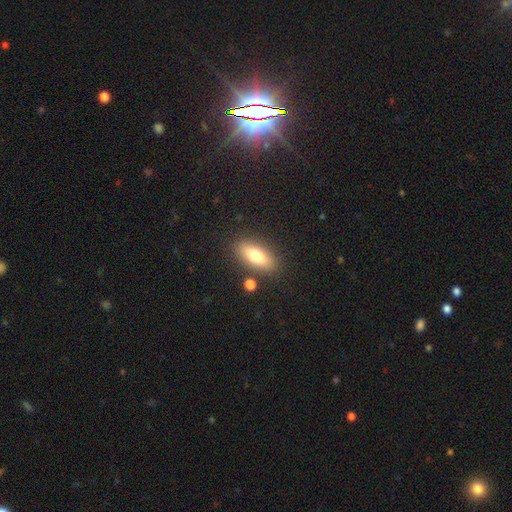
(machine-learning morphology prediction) This appears to be a smooth galaxy with no disk features (75%) that is in between round and cigar-shaped (76%). Merging: none (83%).